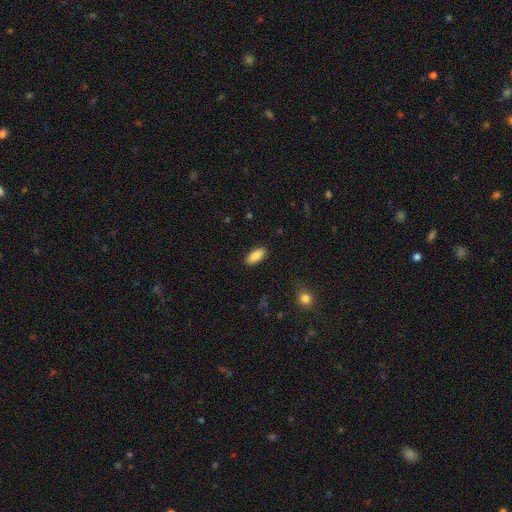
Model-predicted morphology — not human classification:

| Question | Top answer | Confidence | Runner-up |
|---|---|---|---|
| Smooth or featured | smooth | 87% | star or artifact (7%) |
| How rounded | in between | 86% | cigar-shaped (12%) |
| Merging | none | 89% | minor disturbance (8%) |